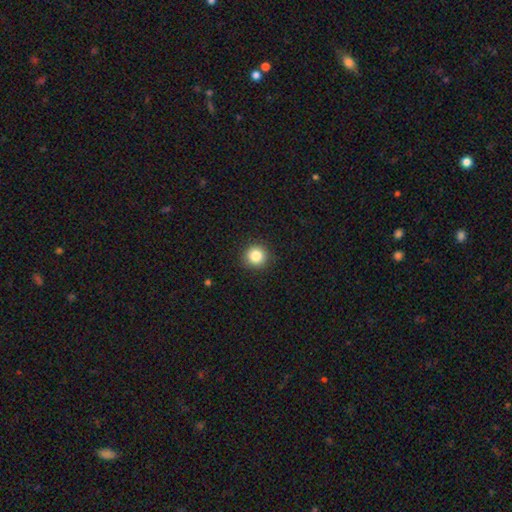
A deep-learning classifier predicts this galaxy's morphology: A smooth galaxy with no disk features (85%) that is round (94%).

Vote fractions:
- Smooth or featured? smooth: 85% / star or artifact: 11% / featured or disk: 5%
- How rounded? round: 94% / in between: 5% / cigar-shaped: 1%
- Merging? none: 92% / minor disturbance: 5% / major disturbance: 2% / merger: 1%